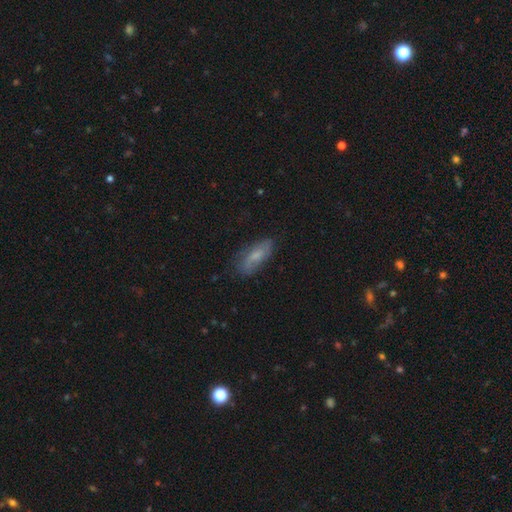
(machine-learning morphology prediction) smooth 59%, featured or disk 33%, star or artifact 8%. Down the decision tree: how rounded — in between (71%); merging — none (70%).